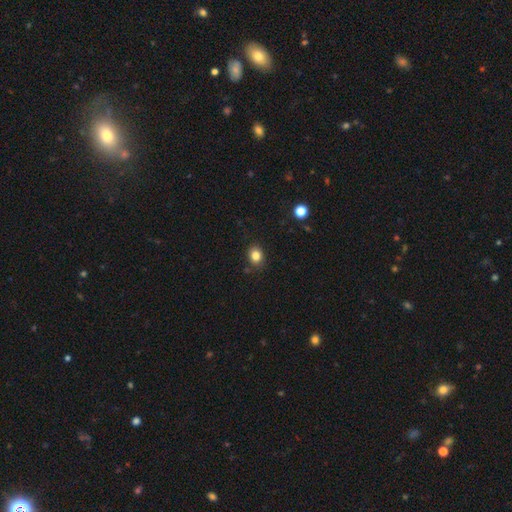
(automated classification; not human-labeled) Smooth or featured? Predicted: smooth (p=0.83). How rounded? Predicted: round (p=0.56). Merging? Predicted: none (p=0.85).